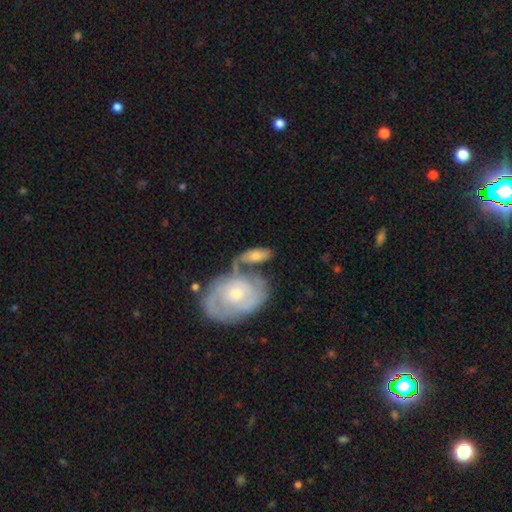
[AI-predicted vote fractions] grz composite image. It shows a smooth galaxy with no disk features (53%) that is in between round and cigar-shaped (85%). Merging: none (38%).